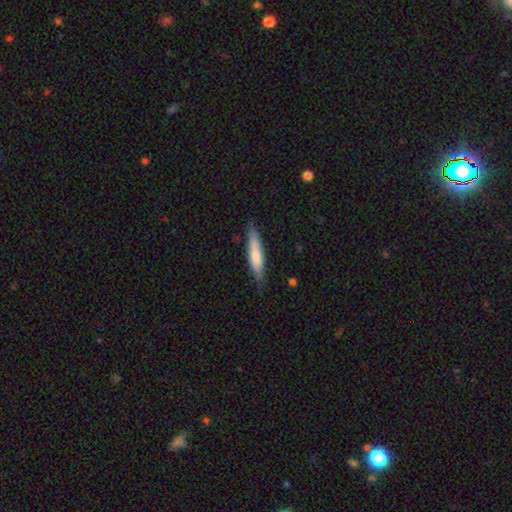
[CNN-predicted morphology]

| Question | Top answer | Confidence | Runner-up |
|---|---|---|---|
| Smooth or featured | smooth | 65% | featured or disk (29%) |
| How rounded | cigar-shaped | 86% | in between (12%) |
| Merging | none | 81% | minor disturbance (15%) |